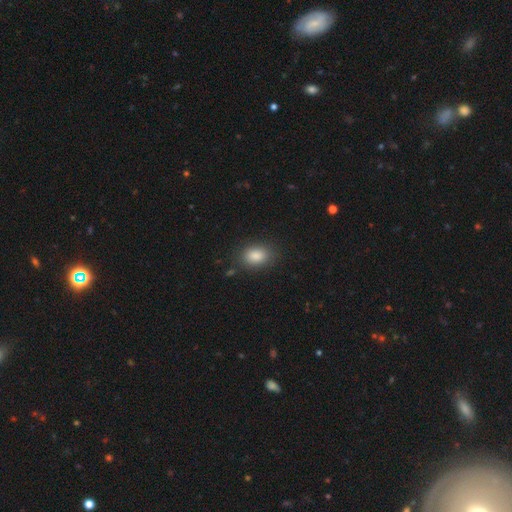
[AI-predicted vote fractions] The model was most divided on "how rounded": in between: 81%, round: 17%, cigar-shaped: 1%. More confident: smooth or featured — smooth (86%); merging — none (83%).